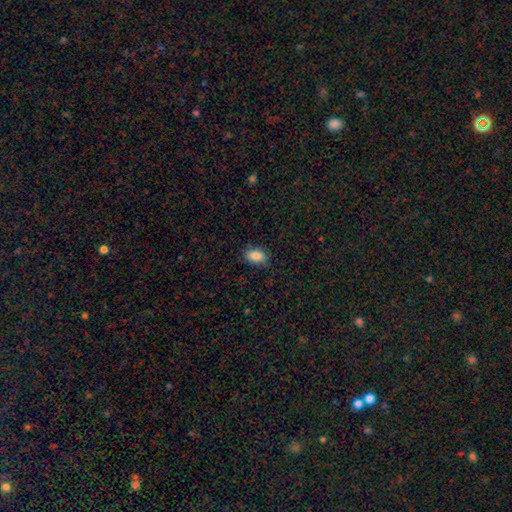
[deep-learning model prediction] Morphology: type=smooth (87%); roundness=in between (88%); merging=none (84%).